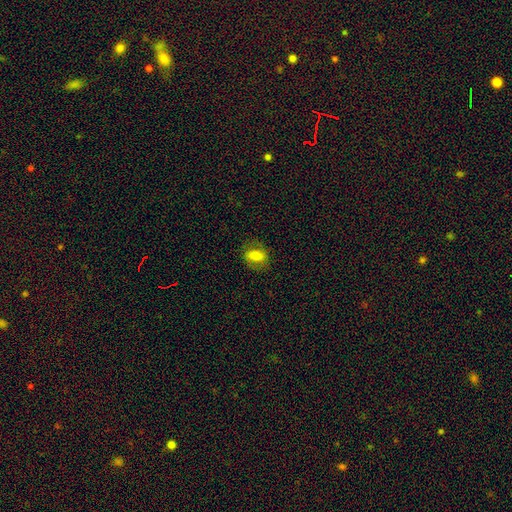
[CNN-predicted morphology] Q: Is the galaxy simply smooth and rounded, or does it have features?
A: smooth — 70%.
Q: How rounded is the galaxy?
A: in between — 75%.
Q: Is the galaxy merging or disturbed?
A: none — 77%.